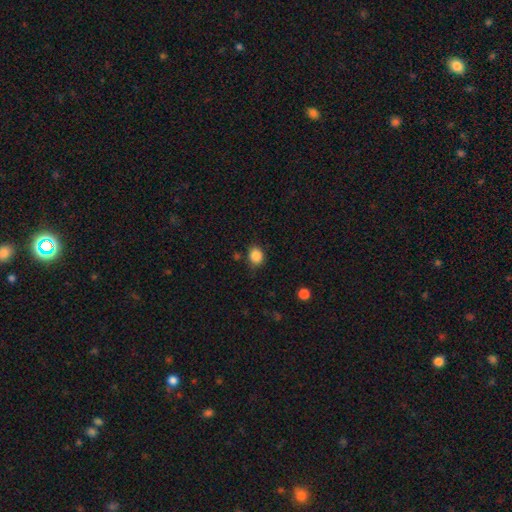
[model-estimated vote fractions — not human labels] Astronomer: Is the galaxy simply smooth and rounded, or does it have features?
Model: smooth — 87%.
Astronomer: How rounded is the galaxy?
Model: round — 68%.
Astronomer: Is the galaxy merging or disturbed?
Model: none — 78%.